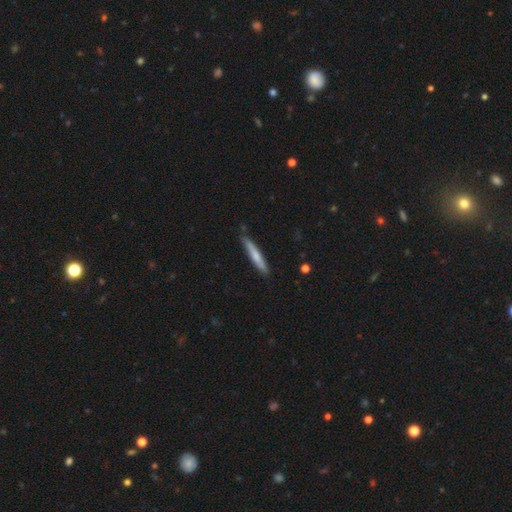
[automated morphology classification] This appears to be a smooth galaxy with no disk features (67%) that is cigar-shaped (94%). Merging: none (82%).